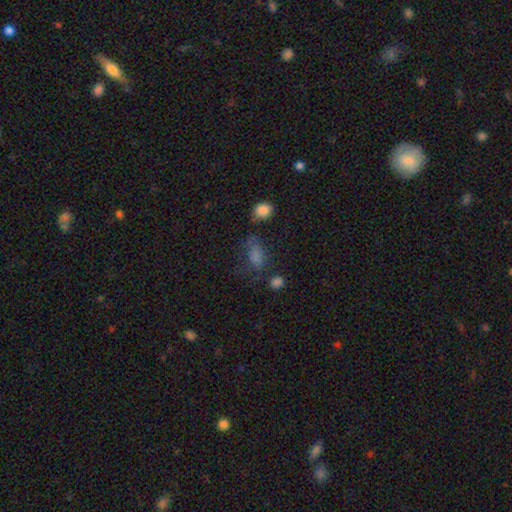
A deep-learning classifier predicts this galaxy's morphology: smooth 61%, star or artifact 23%, featured or disk 15%. Down the decision tree: how rounded — in between (80%); merging — none (44%).